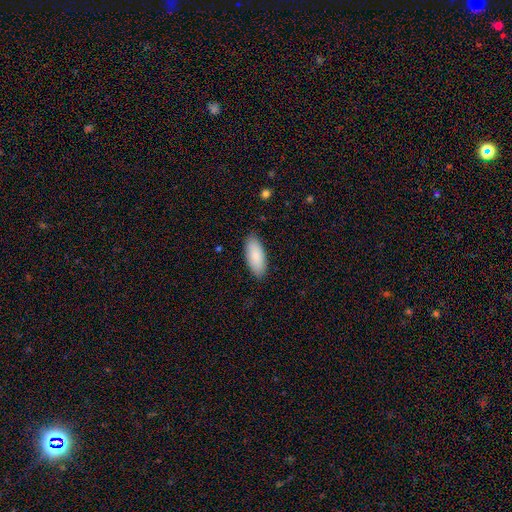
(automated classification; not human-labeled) Overall: smooth (88%). How rounded: in between (85%). Merging: none (87%).